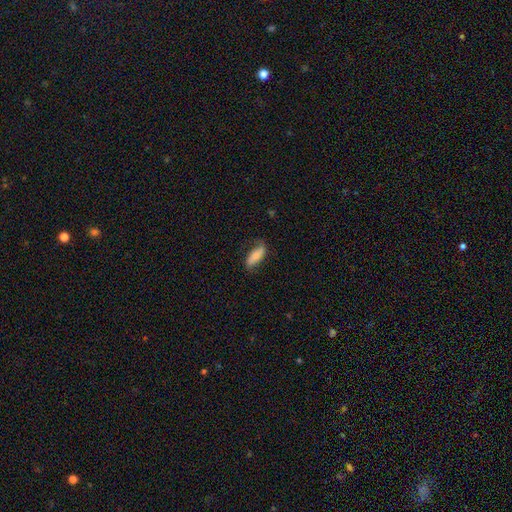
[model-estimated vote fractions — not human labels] The model was most divided on "smooth or featured": smooth: 63%, featured or disk: 30%, star or artifact: 7%. More confident: how rounded — in between (75%); merging — none (66%).